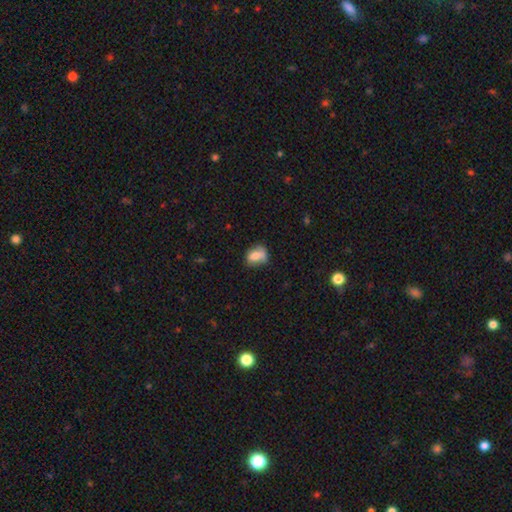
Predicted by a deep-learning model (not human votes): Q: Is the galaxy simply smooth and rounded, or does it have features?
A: smooth — 73%.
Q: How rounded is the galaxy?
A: in between — 61%.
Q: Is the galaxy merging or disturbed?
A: none — 47%.